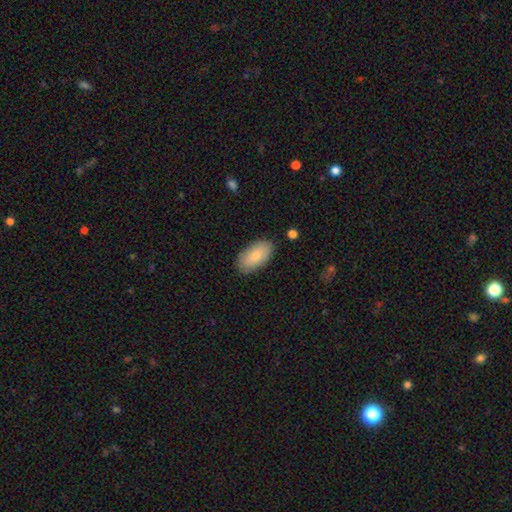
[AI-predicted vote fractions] A smooth galaxy with no disk features (84%) that is in between round and cigar-shaped (95%). Merging: none (85%).